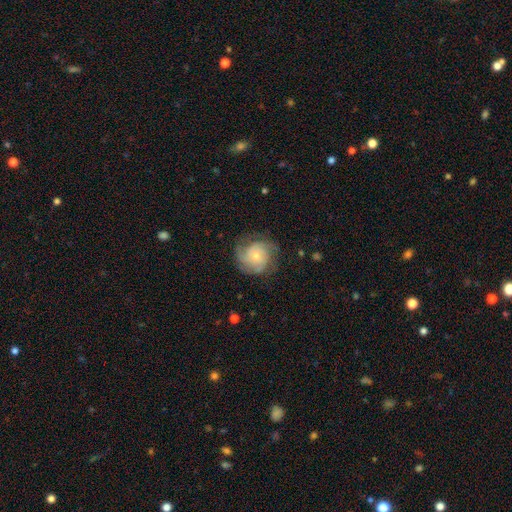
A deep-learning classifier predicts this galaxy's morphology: A featured or disk galaxy (74%) with no bar (80%), 3 (36%) tight (52%) spiral arms (93%) and a small central bulge (60%).

Vote fractions:
- Smooth or featured? featured or disk: 74% / smooth: 20% / star or artifact: 7%
- Edge-on disk? no: 98% / yes: 2%
- Bar? no: 80% / weak: 17% / strong: 3%
- Spiral arms? yes: 93% / no: 7%
- Spiral winding? tight: 52% / medium: 37% / loose: 12%
- Spiral arm count? 3: 36% / can't tell: 23% / 2: 18% / 4: 12% / 1: 5% / more than 4: 5%
- Bulge size? small: 60% / moderate: 36% / large: 2% / none: 1% / dominant: 1%
- Merging? none: 72% / minor disturbance: 19% / major disturbance: 9% / merger: 1%